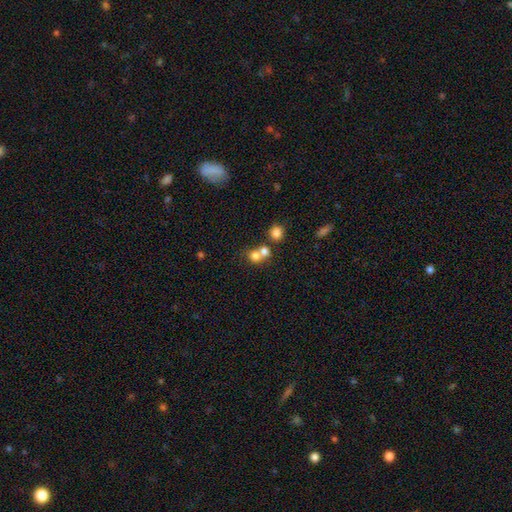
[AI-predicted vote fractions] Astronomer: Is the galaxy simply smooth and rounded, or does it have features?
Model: smooth — 75%.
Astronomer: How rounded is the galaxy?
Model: round — 79%.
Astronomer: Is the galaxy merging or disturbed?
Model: merger — 53% (runner-up: none, 37%).